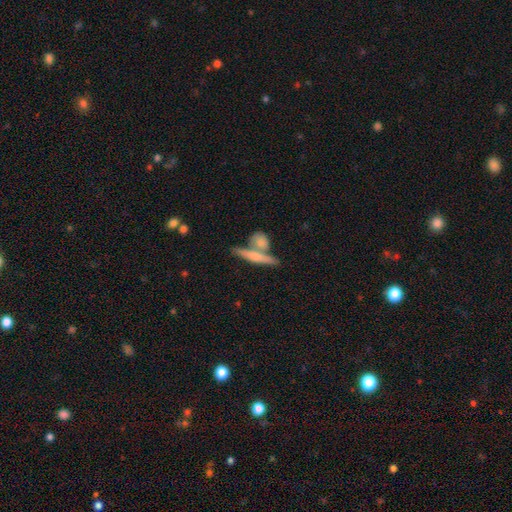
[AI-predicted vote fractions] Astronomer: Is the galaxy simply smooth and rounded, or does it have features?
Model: smooth — 51% (runner-up: featured or disk, 42%).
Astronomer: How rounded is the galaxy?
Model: cigar-shaped — 79%.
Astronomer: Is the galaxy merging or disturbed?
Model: none — 58%.